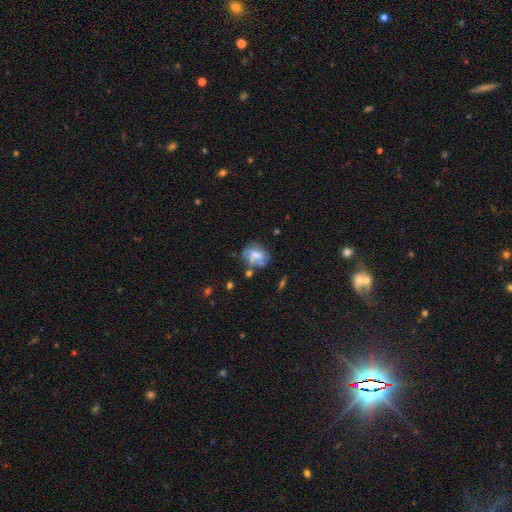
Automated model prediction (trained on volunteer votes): A smooth galaxy with no disk features (53%) that is in between round and cigar-shaped (55%).

Vote fractions:
- Smooth or featured? smooth: 53% / featured or disk: 37% / star or artifact: 11%
- How rounded? in between: 55% / round: 44% / cigar-shaped: 1%
- Merging? none: 44% / minor disturbance: 26% / major disturbance: 16% / merger: 15%